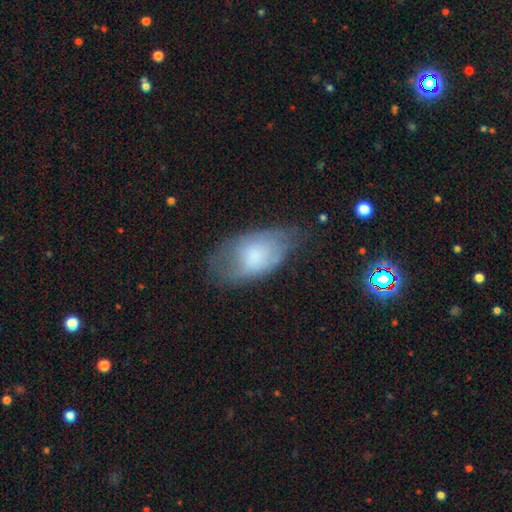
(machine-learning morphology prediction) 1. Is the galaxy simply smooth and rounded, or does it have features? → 65% smooth, 28% featured or disk, 8% star or artifact.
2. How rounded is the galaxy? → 93% in between, 5% round, 2% cigar-shaped.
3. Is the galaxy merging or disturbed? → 48% none, 34% minor disturbance, 16% major disturbance, 2% merger.